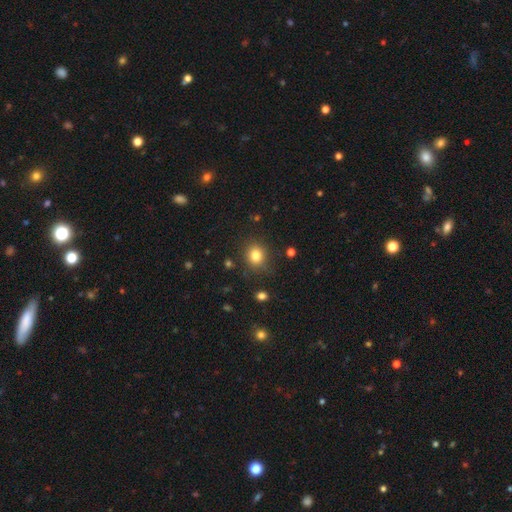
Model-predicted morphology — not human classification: The model was most divided on "how rounded": round: 72%, in between: 27%, cigar-shaped: 1%. More confident: merging — none (84%); smooth or featured — smooth (81%).